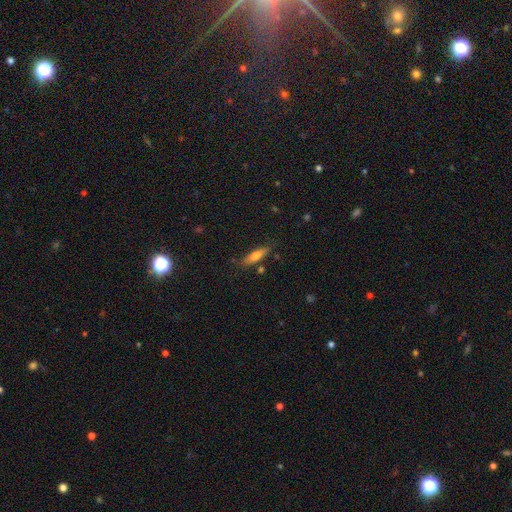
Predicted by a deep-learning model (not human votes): smooth_or_featured: smooth (p=0.63) [alt: featured or disk p=0.30]
how_rounded: cigar-shaped (p=0.67) [alt: in between p=0.31]
merging: none (p=0.80) [alt: minor disturbance p=0.13]